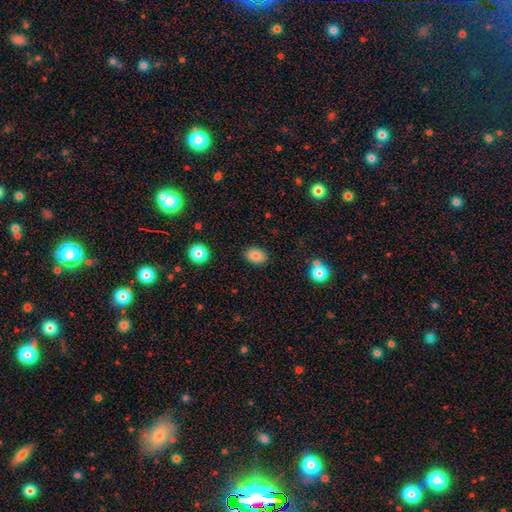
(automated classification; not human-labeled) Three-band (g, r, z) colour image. It shows a smooth galaxy with no disk features (85%) that is in between round and cigar-shaped (78%). Merging: none (87%).